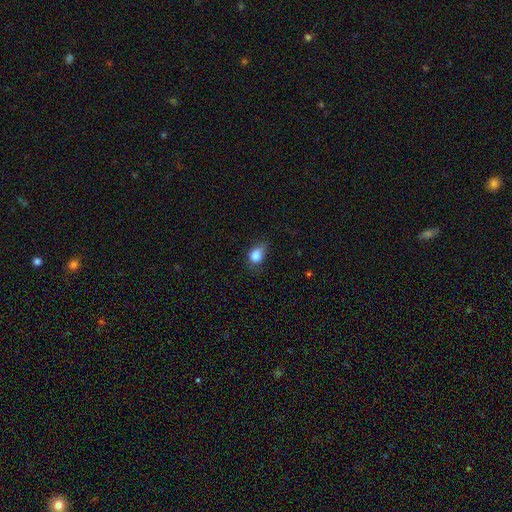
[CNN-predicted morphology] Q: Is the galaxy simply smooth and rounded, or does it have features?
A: smooth — 82%.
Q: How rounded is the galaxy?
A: in between — 52%.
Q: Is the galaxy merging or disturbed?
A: none — 43%.